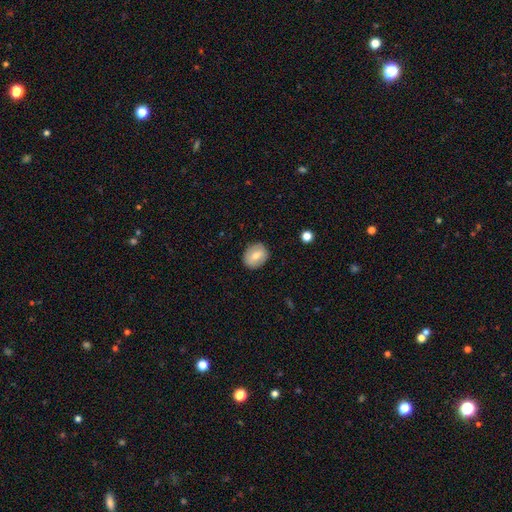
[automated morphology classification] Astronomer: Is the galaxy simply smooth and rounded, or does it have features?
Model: smooth — 65%.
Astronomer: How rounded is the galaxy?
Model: round — 53% (runner-up: in between, 46%).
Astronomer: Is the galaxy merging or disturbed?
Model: none — 87%.